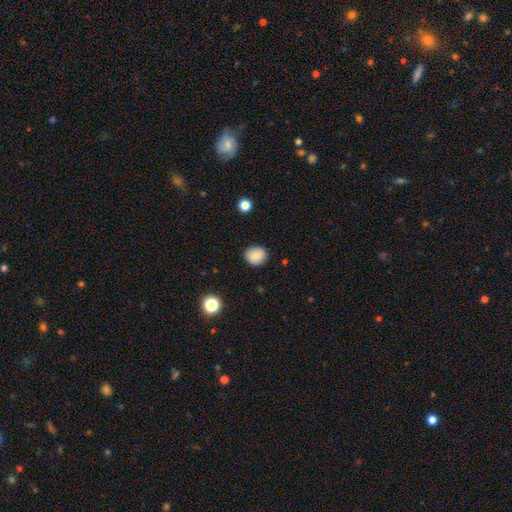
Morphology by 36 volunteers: A smooth galaxy with no disk features (83%) that is round (93%). Merging: none (79%).